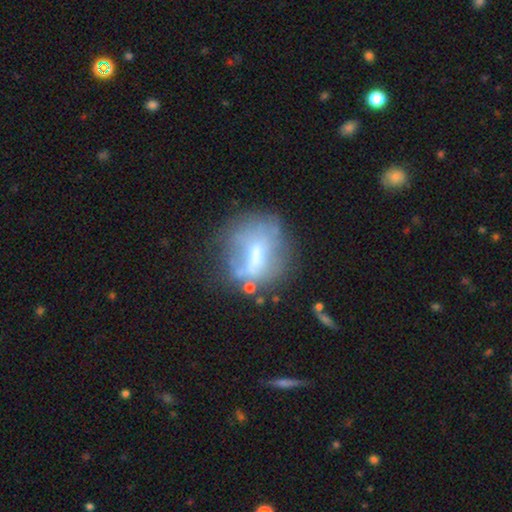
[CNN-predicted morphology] This appears to be a featured or disk galaxy (45%). Merging: none (48%).